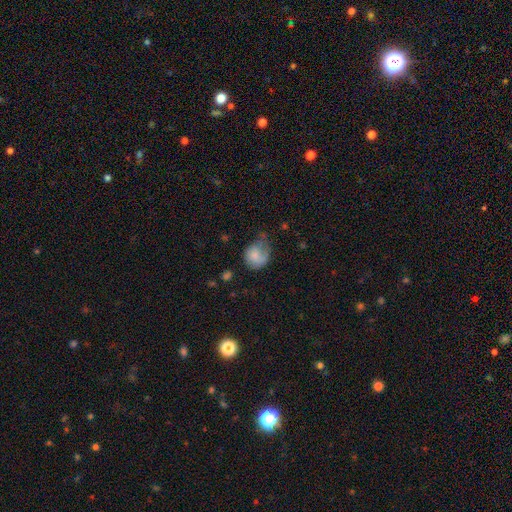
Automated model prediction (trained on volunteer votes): This appears to be a smooth galaxy with no disk features (68%) that is round (64%). Merging: minor disturbance (33%, tied with major disturbance).